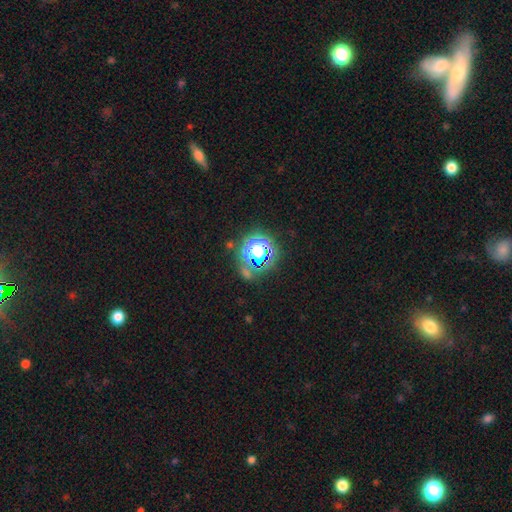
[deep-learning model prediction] star or artifact 73%, smooth 19%, featured or disk 8%.